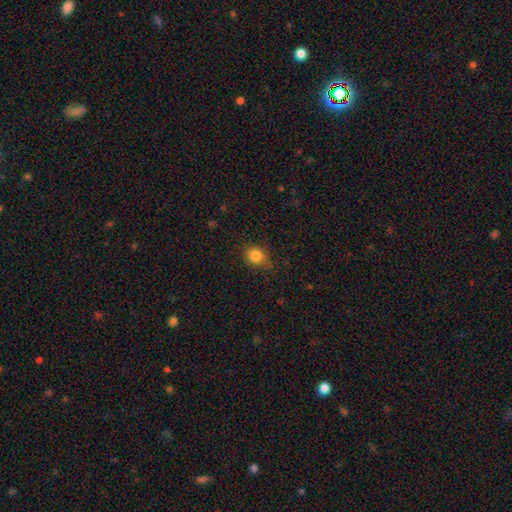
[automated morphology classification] A smooth galaxy with no disk features (83%) that is round (73%). Merging: none (76%).